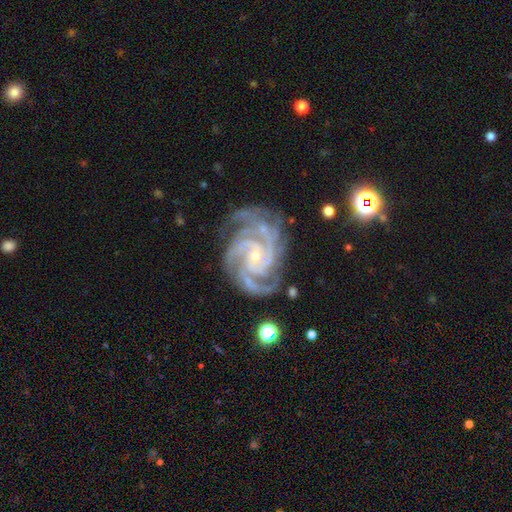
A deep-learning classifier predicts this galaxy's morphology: Smooth or featured? featured or disk (93%)
Edge-on disk? no (98%)
Bar? no (67%)
Spiral arms? yes (99%)
Spiral winding? tight (68%)
Spiral arm count? 3 (38%)
Bulge size? small (81%)
Merging? none (72%)